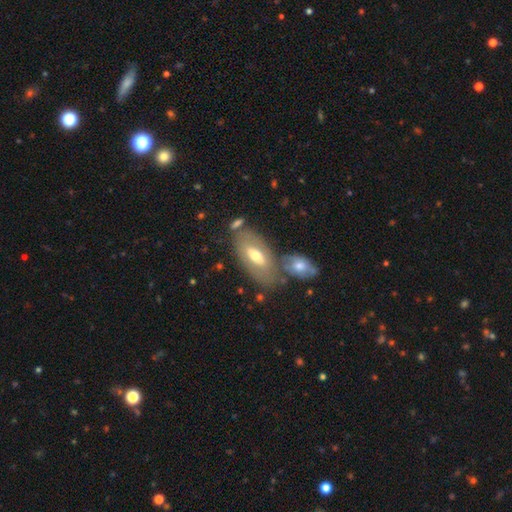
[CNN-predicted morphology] This is possibly a smooth galaxy (50%). How rounded: clearly in between (89%). Merging: possibly none (55%).